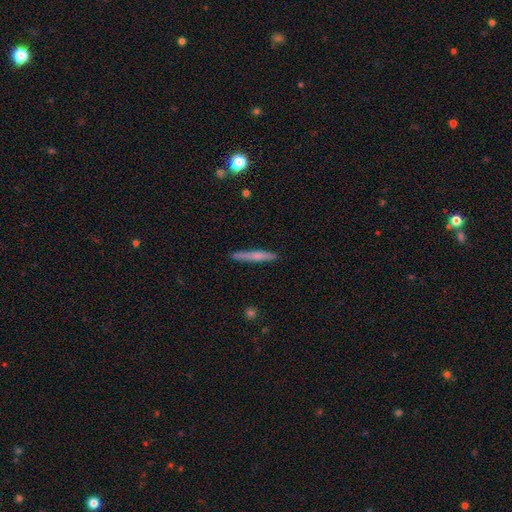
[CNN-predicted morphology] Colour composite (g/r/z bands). It shows a smooth galaxy with no disk features (56%) that is cigar-shaped (96%). Merging: none (89%).